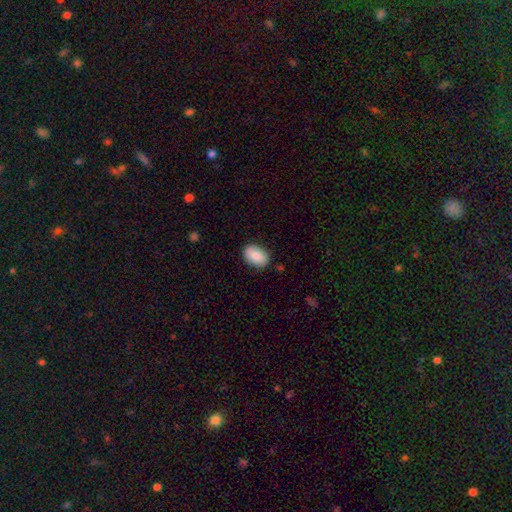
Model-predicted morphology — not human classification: Q: Smooth or featured?
A: smooth (79%); runner-up: featured or disk (14%)
Q: How rounded?
A: in between (83%); runner-up: round (16%)
Q: Merging?
A: none (84%); runner-up: minor disturbance (12%)